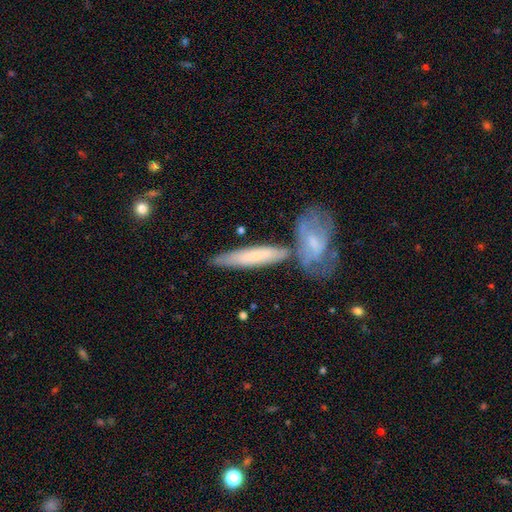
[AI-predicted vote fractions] A smooth galaxy with no disk features (59%) that is cigar-shaped (75%). Merging: none (56%).